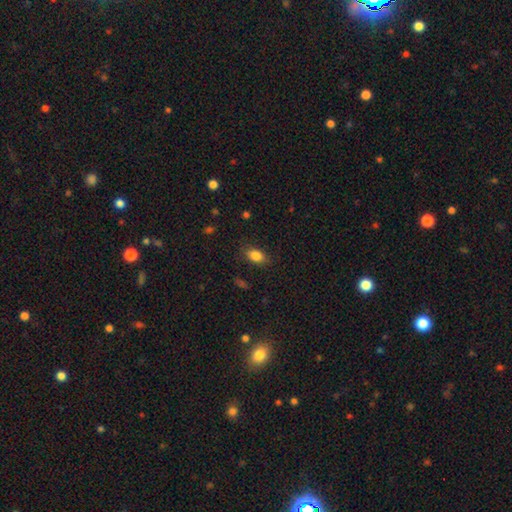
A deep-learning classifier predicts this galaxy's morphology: type=smooth (85%); roundness=in between (87%); merging=none (84%).